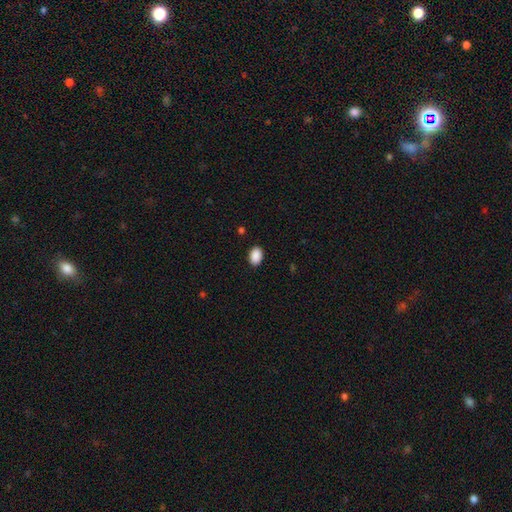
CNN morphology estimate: smooth 90%, star or artifact 7%, featured or disk 2%. Down the decision tree: how rounded — in between (83%); merging — none (89%).